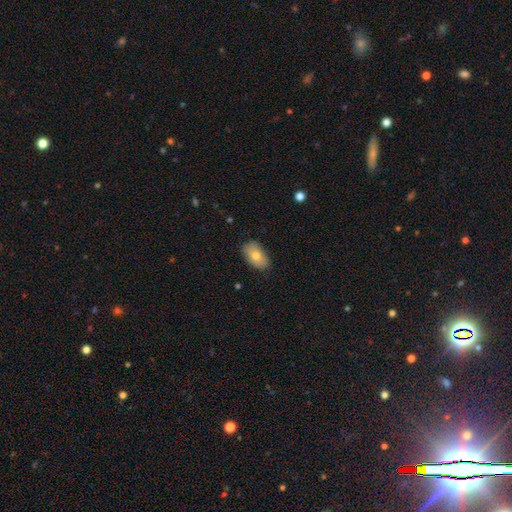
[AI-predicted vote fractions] Smooth or featured? smooth (76%)
How rounded? in between (92%)
Merging? none (84%)